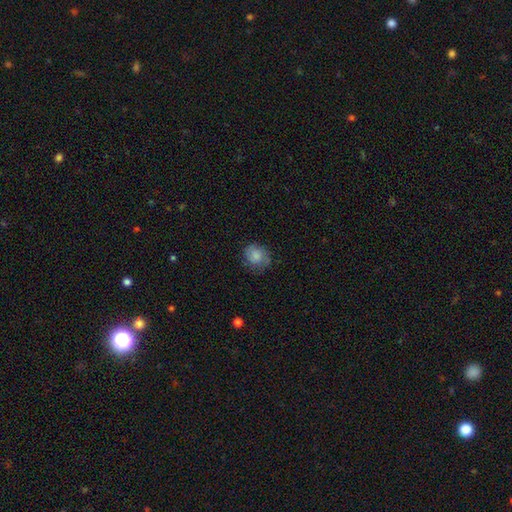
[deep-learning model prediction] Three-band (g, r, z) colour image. It shows a smooth galaxy with no disk features (78%) that is round (70%). Merging: none (71%).